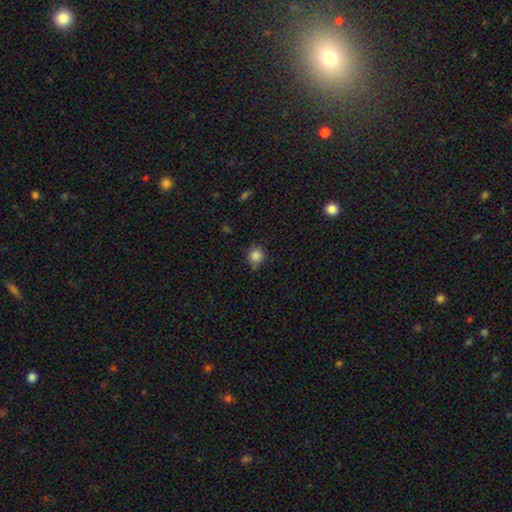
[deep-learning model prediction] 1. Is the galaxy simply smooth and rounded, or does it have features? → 85% smooth, 11% star or artifact, 4% featured or disk.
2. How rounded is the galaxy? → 88% round, 11% in between, 1% cigar-shaped.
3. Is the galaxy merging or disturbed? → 73% none, 20% minor disturbance, 4% major disturbance, 3% merger.